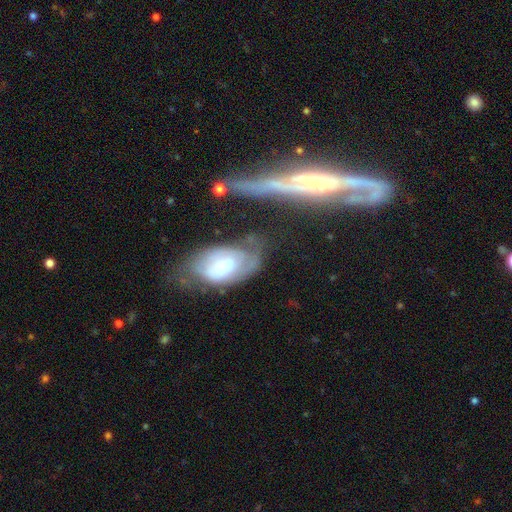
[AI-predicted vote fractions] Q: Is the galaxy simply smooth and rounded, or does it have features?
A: featured or disk — 71%.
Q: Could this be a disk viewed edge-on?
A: no — 54%.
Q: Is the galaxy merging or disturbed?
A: none — 50%.